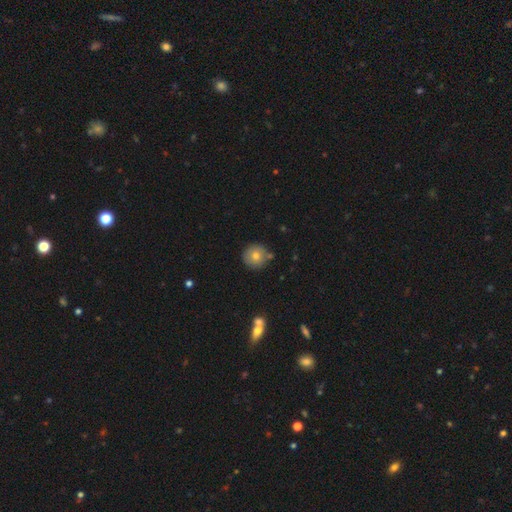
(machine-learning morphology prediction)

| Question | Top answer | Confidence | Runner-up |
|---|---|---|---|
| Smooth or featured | smooth | 75% | featured or disk (15%) |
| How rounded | round | 94% | in between (5%) |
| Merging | none | 81% | minor disturbance (10%) |